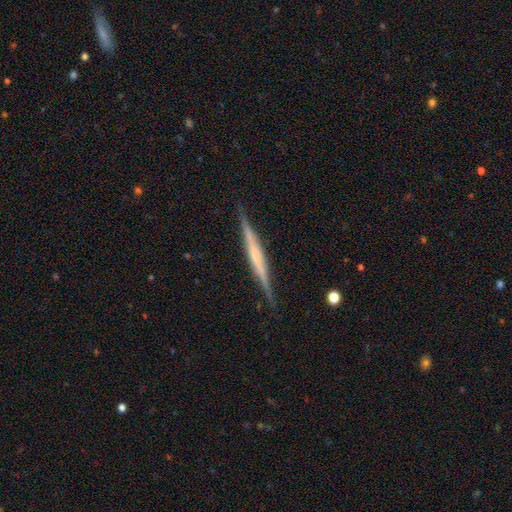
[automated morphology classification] featured or disk 69%, smooth 26%, star or artifact 5%. Down the decision tree: edge-on disk — yes (98%); edge-on bulge — none (59%); merging — none (89%).